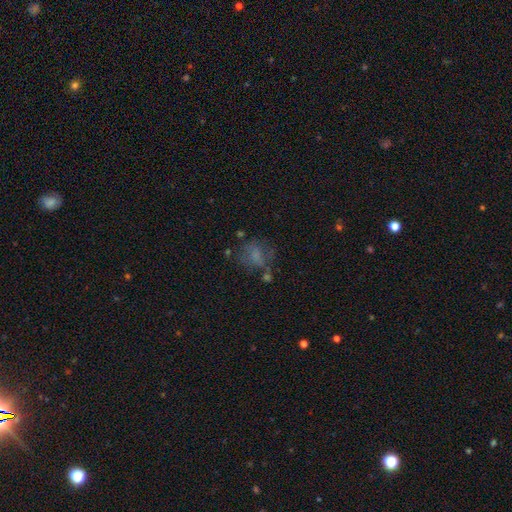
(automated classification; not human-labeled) Smooth or featured? Predicted: smooth (p=0.54). How rounded? Predicted: round (p=0.53). Merging? Predicted: none (p=0.50).